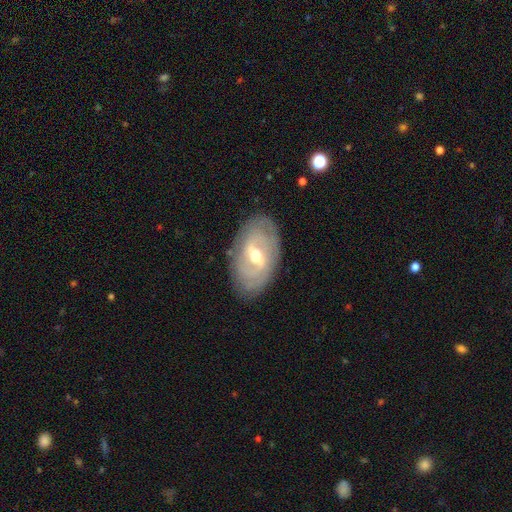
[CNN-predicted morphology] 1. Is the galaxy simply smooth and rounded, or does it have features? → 78% featured or disk, 17% smooth, 6% star or artifact.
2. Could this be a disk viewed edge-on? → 93% no, 7% yes.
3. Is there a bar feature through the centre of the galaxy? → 53% weak, 30% strong, 17% no.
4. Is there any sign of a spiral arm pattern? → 78% yes, 22% no.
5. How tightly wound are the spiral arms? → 48% tight, 34% medium, 18% loose.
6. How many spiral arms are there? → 50% 2, 34% can't tell, 7% 3, 3% 1, 3% 4, 2% more than 4.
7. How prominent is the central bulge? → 66% moderate, 28% small, 4% large, 1% none, 1% dominant.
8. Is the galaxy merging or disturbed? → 81% none, 13% minor disturbance, 4% major disturbance, 1% merger.